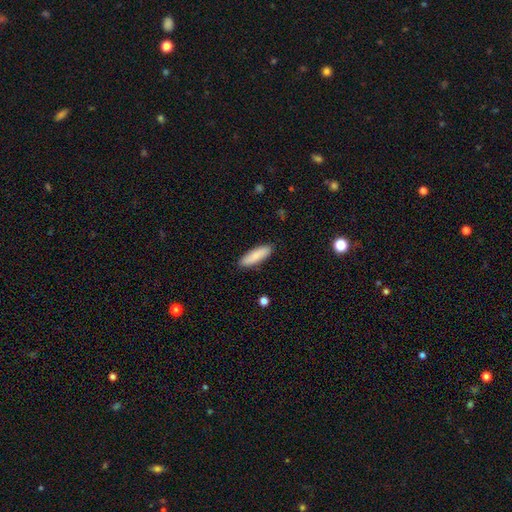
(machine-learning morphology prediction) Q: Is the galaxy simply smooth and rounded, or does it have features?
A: smooth — 85%.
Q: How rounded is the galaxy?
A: cigar-shaped — 51%.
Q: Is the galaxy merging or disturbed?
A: none — 89%.